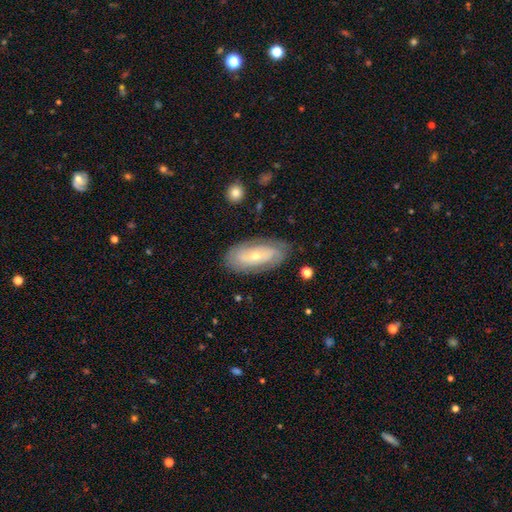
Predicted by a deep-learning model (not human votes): The model was most divided on "bulge size": small: 64%, moderate: 33%, large: 1%, none: 1%, dominant: 1%. More confident: edge-on disk — no (90%); merging — none (80%); spiral arms — yes (77%); bar — no (68%); smooth or featured — featured or disk (67%).